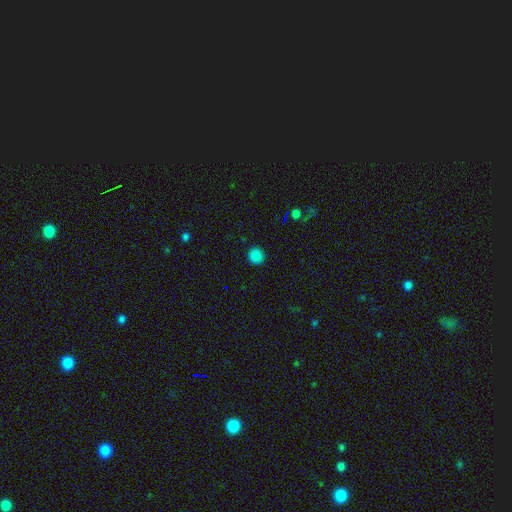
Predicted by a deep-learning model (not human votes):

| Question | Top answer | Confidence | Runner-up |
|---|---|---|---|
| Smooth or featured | smooth | 82% | star or artifact (15%) |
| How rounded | round | 94% | in between (5%) |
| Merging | none | 91% | minor disturbance (6%) |